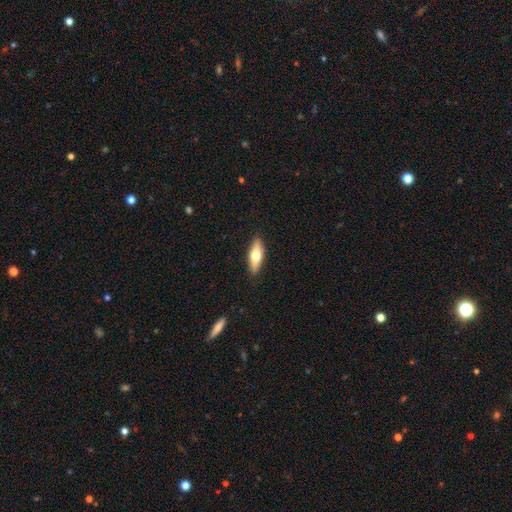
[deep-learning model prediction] The model was most divided on "how rounded": in between: 51%, cigar-shaped: 47%, round: 3%. More confident: merging — none (89%); smooth or featured — smooth (58%).